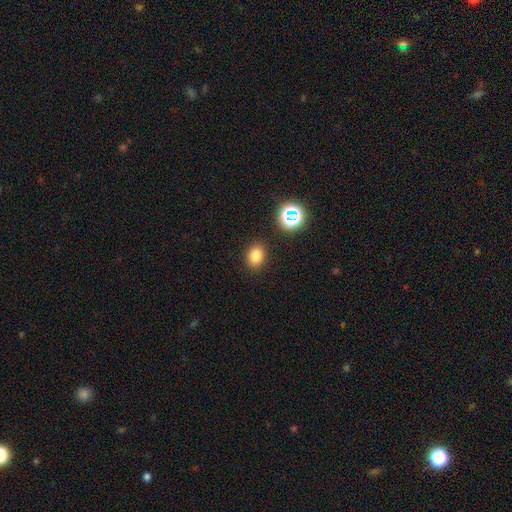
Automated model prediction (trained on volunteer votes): Q: Smooth or featured?
A: smooth (78%); runner-up: star or artifact (16%)
Q: How rounded?
A: in between (57%); runner-up: round (42%)
Q: Merging?
A: none (87%); runner-up: minor disturbance (8%)